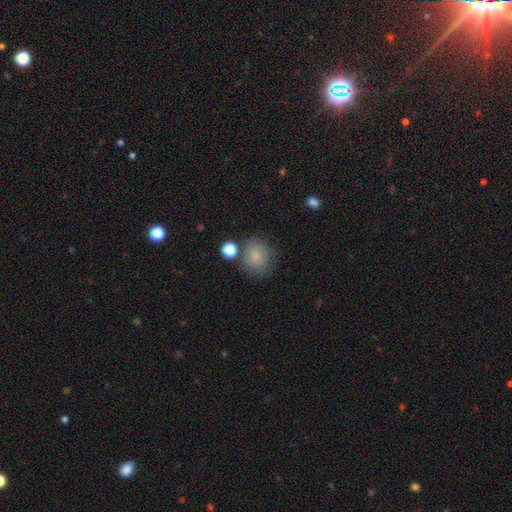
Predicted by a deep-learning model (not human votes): smooth-or-featured: smooth: 77% | featured or disk: 13% | star or artifact: 11%
  how-rounded: round: 83% | in between: 16% | cigar-shaped: 1%
  merging: none: 69% | minor disturbance: 16% | merger: 9% | major disturbance: 7%